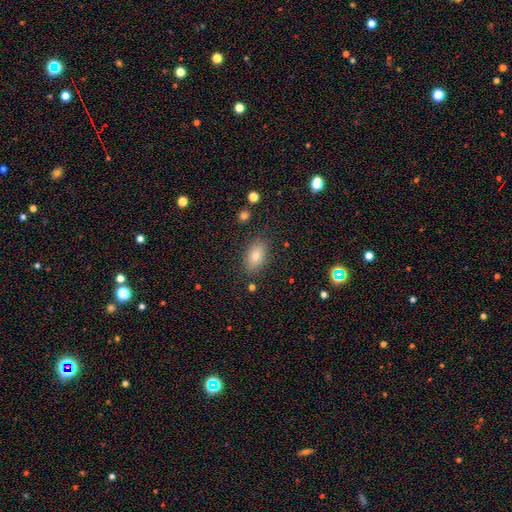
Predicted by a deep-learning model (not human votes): smooth_or_featured: smooth (p=0.79) [alt: star or artifact p=0.12]
how_rounded: in between (p=0.88) [alt: round p=0.08]
merging: none (p=0.86) [alt: minor disturbance p=0.09]